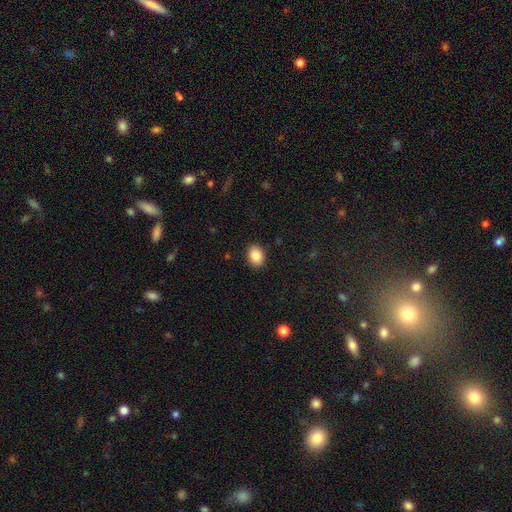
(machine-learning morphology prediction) Smooth or featured?
  - smooth: 87% *
  - star or artifact: 8%
  - featured or disk: 5%
How rounded?
  - in between: 69% *
  - round: 30%
  - cigar-shaped: 1%
Merging?
  - none: 89% *
  - minor disturbance: 8%
  - major disturbance: 2%
  - merger: 1%